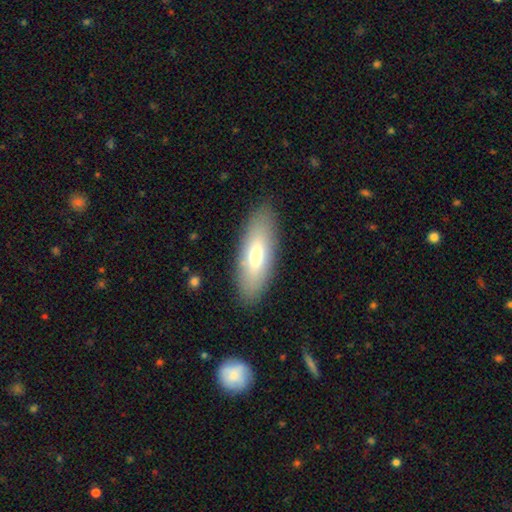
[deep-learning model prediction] Smooth or featured?
  - smooth: 72% *
  - featured or disk: 22%
  - star or artifact: 6%
How rounded?
  - in between: 64% *
  - cigar-shaped: 34%
  - round: 2%
Merging?
  - none: 86% *
  - minor disturbance: 10%
  - major disturbance: 3%
  - merger: 1%